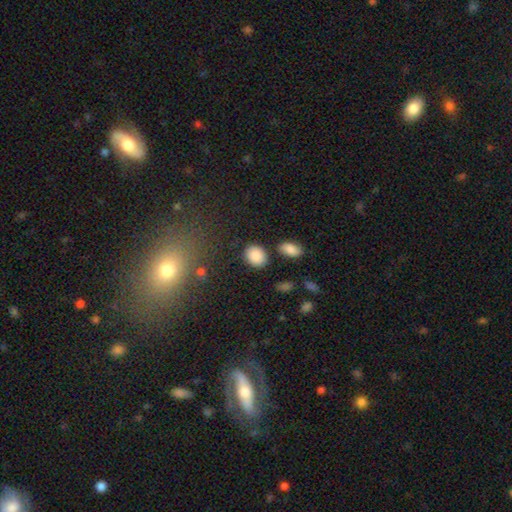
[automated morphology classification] smooth_or_featured: smooth (p=0.87) [alt: star or artifact p=0.08]
how_rounded: round (p=0.56) [alt: in between p=0.43]
merging: none (p=0.80) [alt: minor disturbance p=0.11]